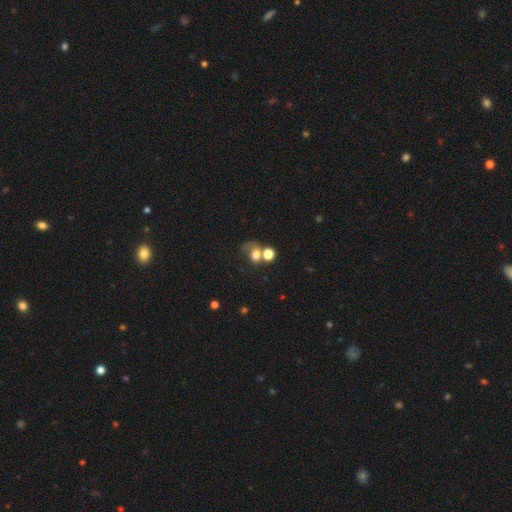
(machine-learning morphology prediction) smooth 67%, featured or disk 17%, star or artifact 16%. Down the decision tree: how rounded — round (62%); merging — merger (40%).